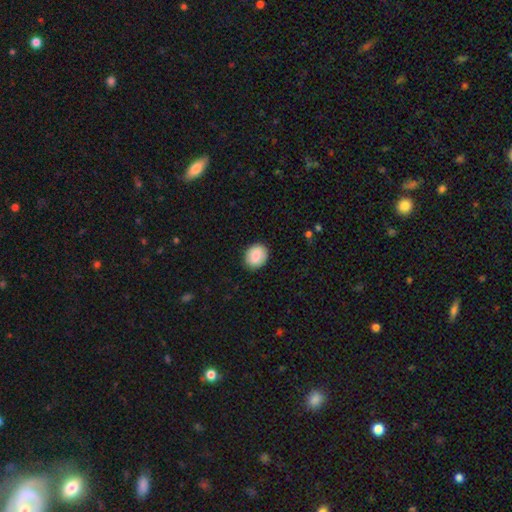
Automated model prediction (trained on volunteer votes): A smooth galaxy with no disk features (82%) that is round (56%).

Vote fractions:
- Smooth or featured? smooth: 82% / featured or disk: 11% / star or artifact: 7%
- How rounded? round: 56% / in between: 43% / cigar-shaped: 1%
- Merging? none: 88% / minor disturbance: 9% / major disturbance: 2% / merger: 1%